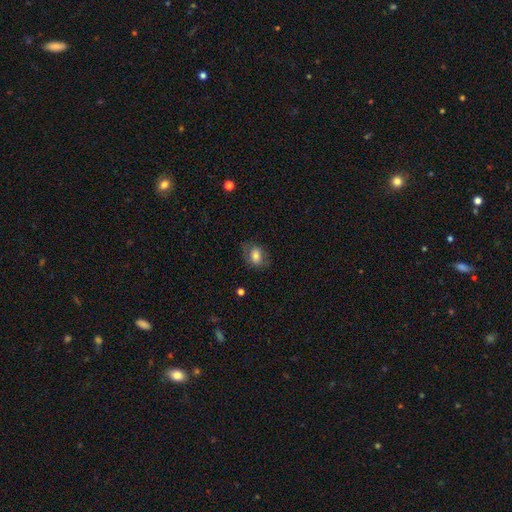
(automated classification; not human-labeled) Overall: smooth (72%). How rounded: in between (71%). Merging: none (69%).